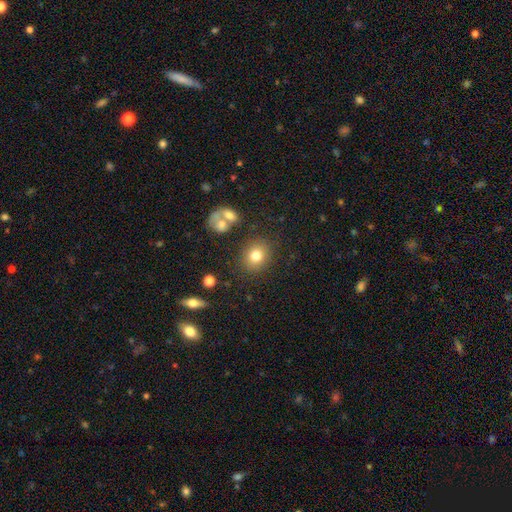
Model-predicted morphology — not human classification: smooth 78%, star or artifact 12%, featured or disk 10%. Down the decision tree: how rounded — round (67%); merging — none (81%).